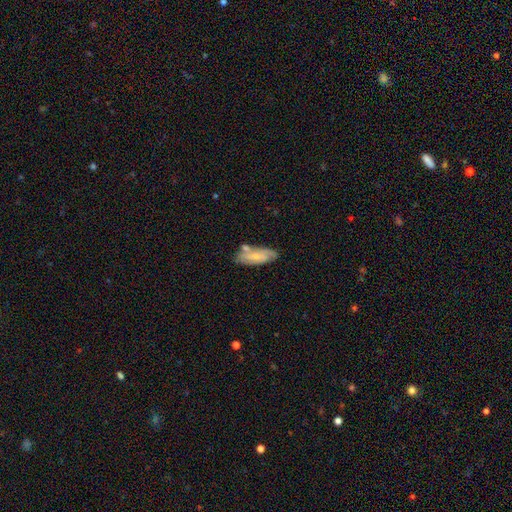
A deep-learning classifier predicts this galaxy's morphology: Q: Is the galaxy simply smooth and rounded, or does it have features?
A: smooth — 52%.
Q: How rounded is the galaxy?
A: in between — 72%.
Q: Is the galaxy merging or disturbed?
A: none — 61%.